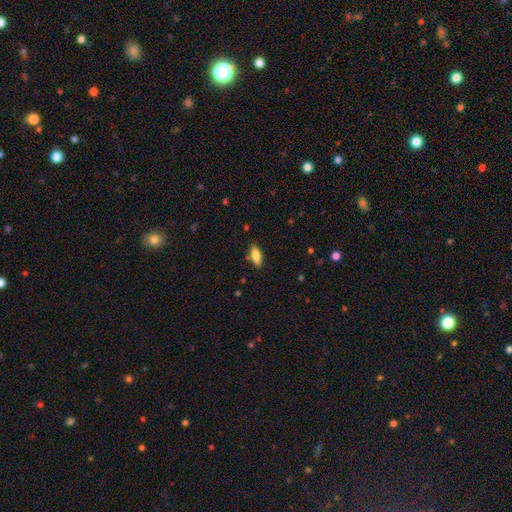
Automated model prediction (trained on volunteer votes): This appears to be a smooth galaxy with no disk features (80%) that is in between round and cigar-shaped (72%). Merging: none (84%).